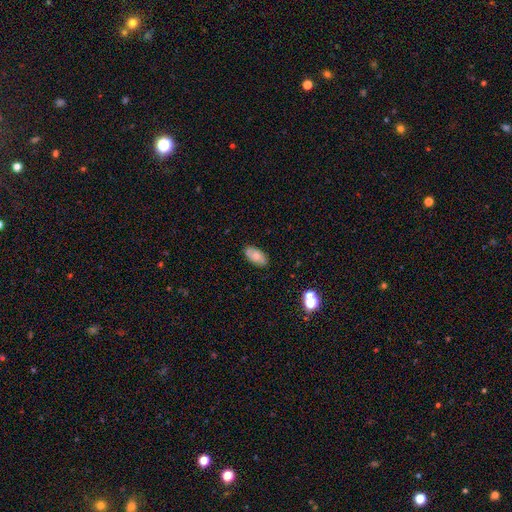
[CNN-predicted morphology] The model was most divided on "smooth or featured": smooth: 65%, featured or disk: 27%, star or artifact: 8%. More confident: how rounded — in between (93%); merging — none (83%).